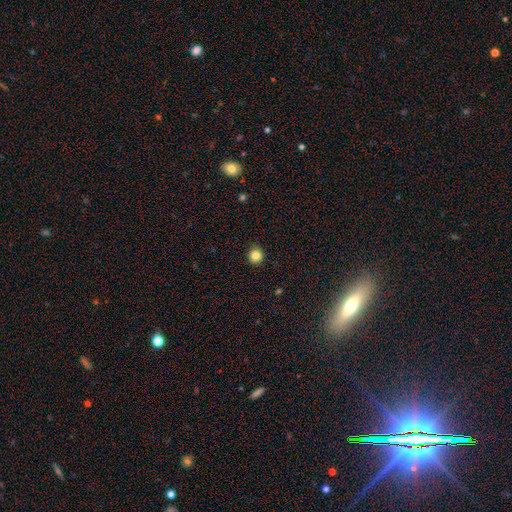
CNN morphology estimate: Smooth or featured: smooth — 84% (star or artifact — 11%)
How rounded: round — 88% (in between — 11%)
Merging: none — 90% (minor disturbance — 8%)